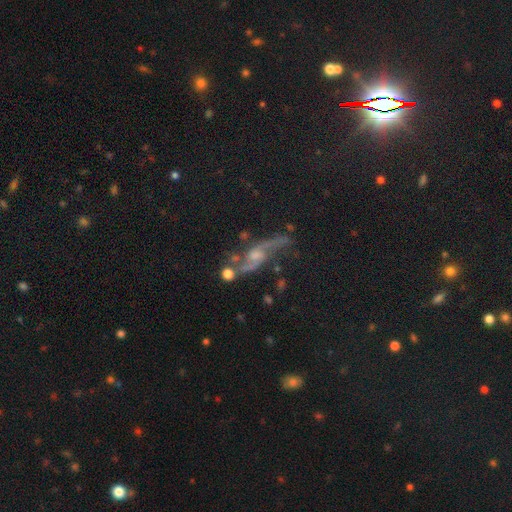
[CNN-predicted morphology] smooth_or_featured: featured or disk (p=0.60) [alt: star or artifact p=0.24]
disk_edge_on: no (p=0.74) [alt: yes p=0.26]
merging: none (p=0.52) [alt: minor disturbance p=0.19]